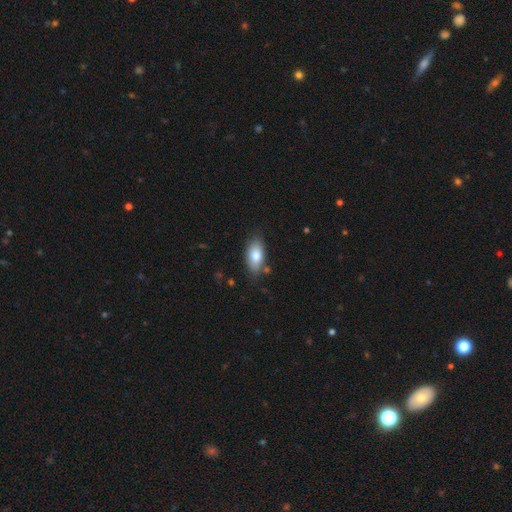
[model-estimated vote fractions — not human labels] Smooth or featured? smooth (80%)
How rounded? in between (91%)
Merging? none (78%)